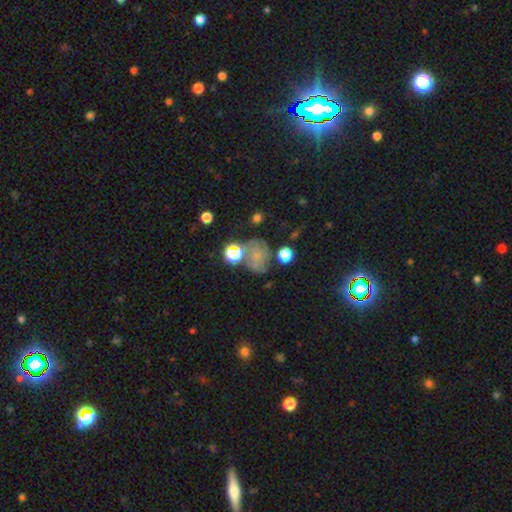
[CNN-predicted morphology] Smooth or featured?
  - smooth: 41% *
  - featured or disk: 35%
  - star or artifact: 25%
Merging?
  - none: 50% *
  - minor disturbance: 21%
  - major disturbance: 16%
  - merger: 14%